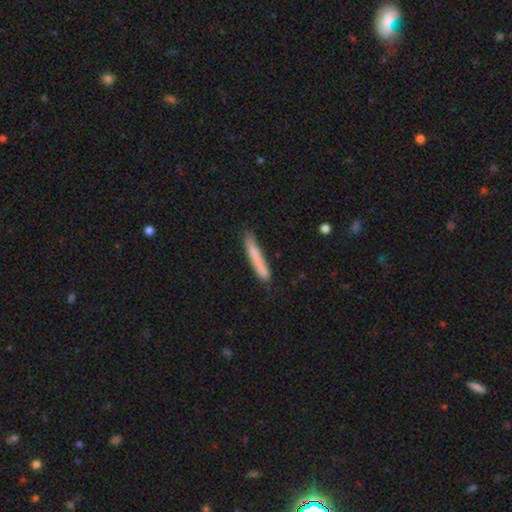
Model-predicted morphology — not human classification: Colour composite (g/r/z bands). It shows a smooth galaxy with no disk features (74%) that is cigar-shaped (96%). Merging: none (82%).